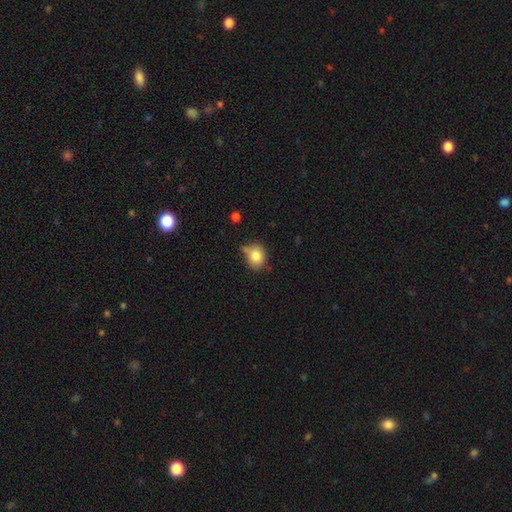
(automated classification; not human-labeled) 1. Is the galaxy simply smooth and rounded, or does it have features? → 81% smooth, 10% star or artifact, 9% featured or disk.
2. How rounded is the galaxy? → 64% round, 35% in between, 1% cigar-shaped.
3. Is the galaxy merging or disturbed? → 53% none, 29% minor disturbance, 10% merger, 8% major disturbance.